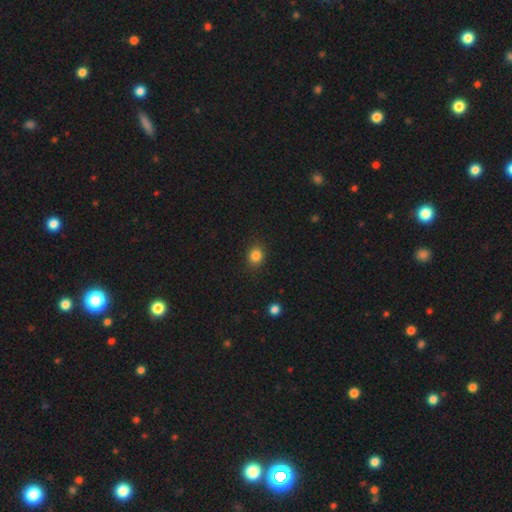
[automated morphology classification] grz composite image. It shows a smooth galaxy with no disk features (84%) that is round (70%). Merging: none (88%).